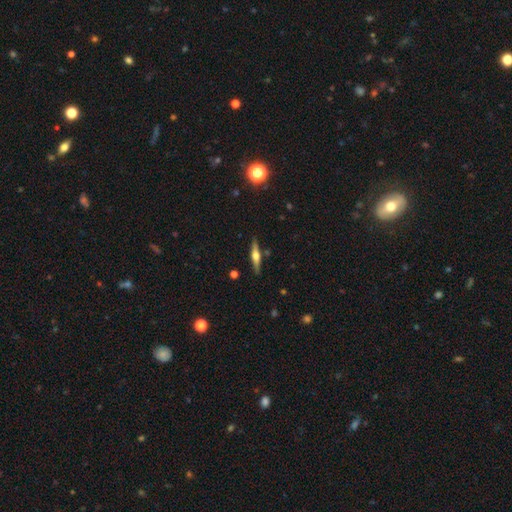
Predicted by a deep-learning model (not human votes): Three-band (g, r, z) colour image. It shows a featured or disk galaxy (66%) viewed edge-on (97%) with a rounded central bulge (91%). Merging: none (87%).